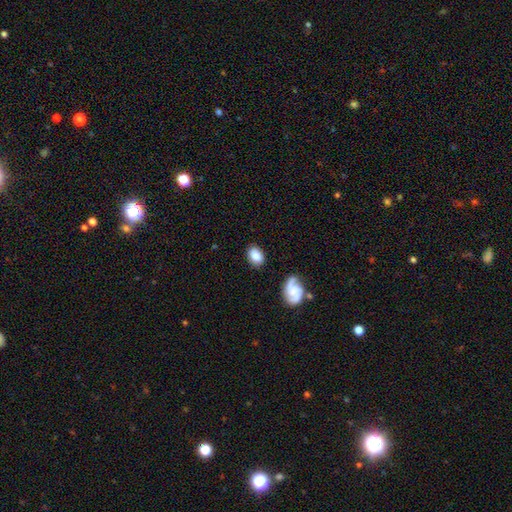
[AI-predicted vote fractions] A smooth galaxy with no disk features (81%) that is in between round and cigar-shaped (79%).

Vote fractions:
- Smooth or featured? smooth: 81% / featured or disk: 12% / star or artifact: 7%
- How rounded? in between: 79% / round: 19% / cigar-shaped: 1%
- Merging? none: 77% / minor disturbance: 16% / major disturbance: 4% / merger: 3%